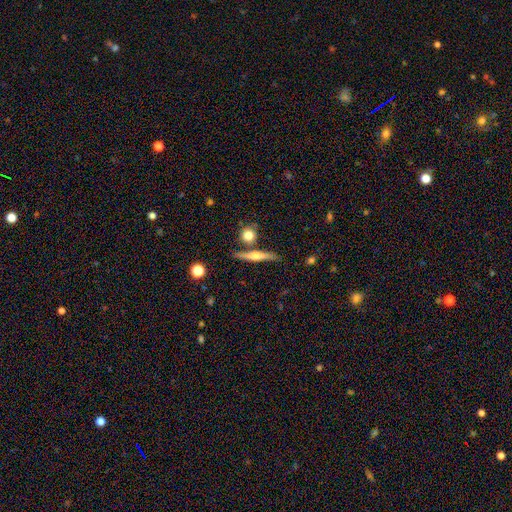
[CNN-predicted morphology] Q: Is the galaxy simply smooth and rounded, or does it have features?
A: featured or disk — 53%.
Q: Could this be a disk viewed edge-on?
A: yes — 94%.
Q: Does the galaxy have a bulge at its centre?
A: rounded — 80%.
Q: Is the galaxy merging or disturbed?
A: none — 78%.